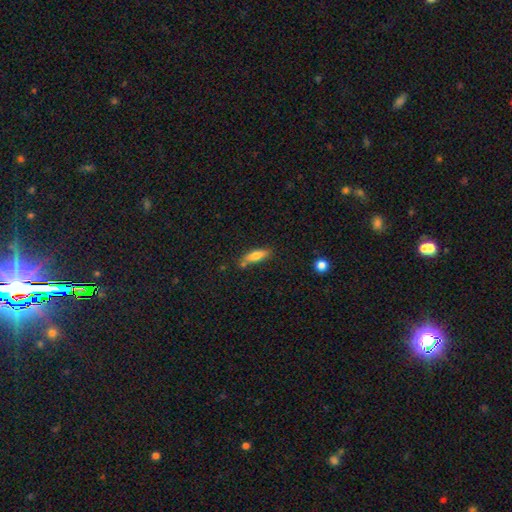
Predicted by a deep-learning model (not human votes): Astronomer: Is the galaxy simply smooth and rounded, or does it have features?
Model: smooth — 73%.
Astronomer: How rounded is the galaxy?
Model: cigar-shaped — 50% (runner-up: in between, 47%).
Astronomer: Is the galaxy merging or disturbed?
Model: none — 67%.